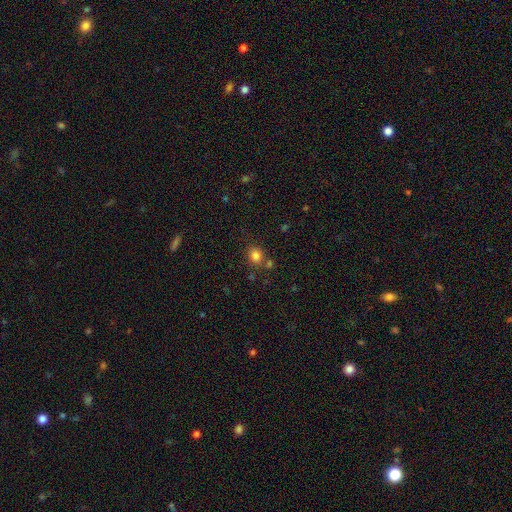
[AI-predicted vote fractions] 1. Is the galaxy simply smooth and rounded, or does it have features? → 82% smooth, 13% star or artifact, 5% featured or disk.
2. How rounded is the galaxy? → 68% round, 31% in between, 1% cigar-shaped.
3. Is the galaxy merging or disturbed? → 72% none, 13% merger, 11% minor disturbance, 4% major disturbance.